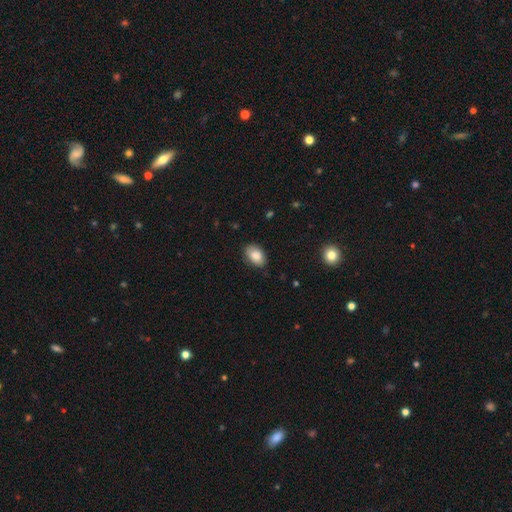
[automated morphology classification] Smooth or featured: smooth — 85% (featured or disk — 8%)
How rounded: in between — 90% (round — 9%)
Merging: none — 82% (minor disturbance — 14%)